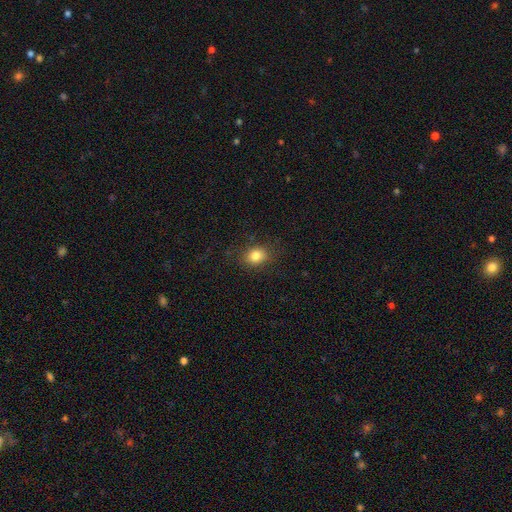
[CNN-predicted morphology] This is clearly a smooth galaxy (82%). How rounded: possibly round (54%). Merging: clearly none (83%).